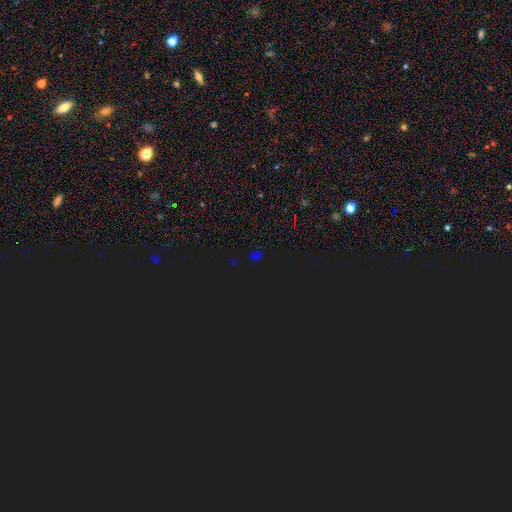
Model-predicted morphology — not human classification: smooth-or-featured: star or artifact: 64% | smooth: 31% | featured or disk: 5%